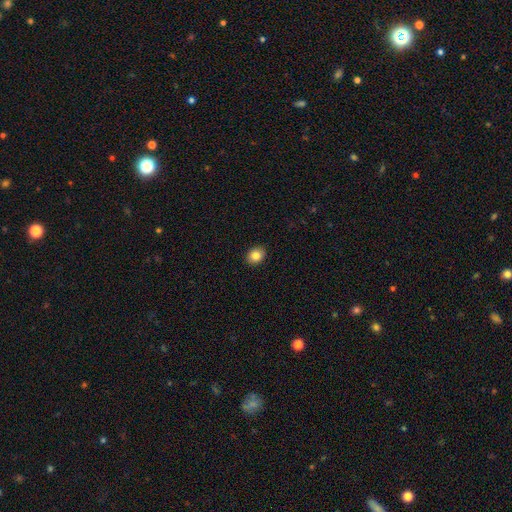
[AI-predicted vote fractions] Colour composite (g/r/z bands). It shows a smooth galaxy with no disk features (85%) that is in between round and cigar-shaped (52%). Merging: none (91%).